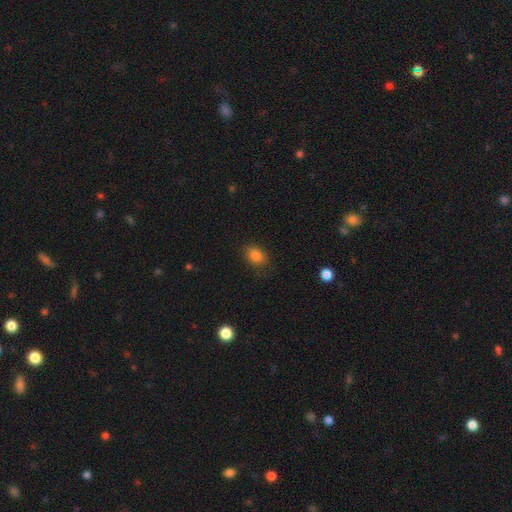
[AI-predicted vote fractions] smooth 84%, star or artifact 11%, featured or disk 6%. Down the decision tree: how rounded — in between (70%); merging — none (80%).